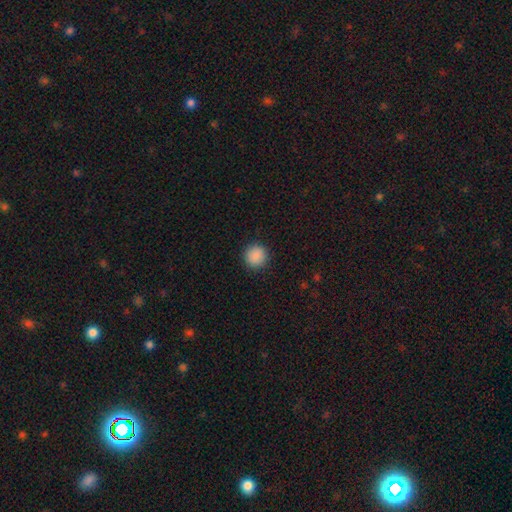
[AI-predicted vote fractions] smooth 89%, star or artifact 9%, featured or disk 2%. Down the decision tree: how rounded — round (93%); merging — none (91%).